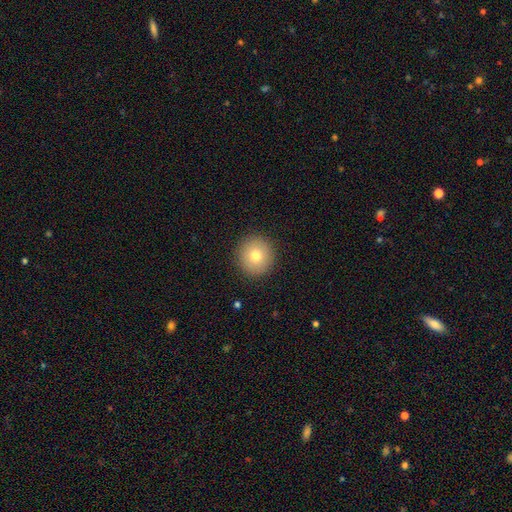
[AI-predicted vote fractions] The model was most divided on "smooth or featured": smooth: 75%, featured or disk: 14%, star or artifact: 11%. More confident: how rounded — round (94%); merging — none (91%).